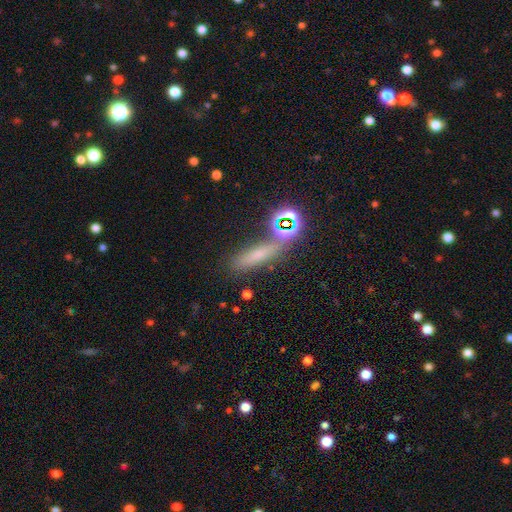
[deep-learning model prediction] Smooth or featured? smooth (56%)
How rounded? cigar-shaped (66%)
Merging? none (64%)